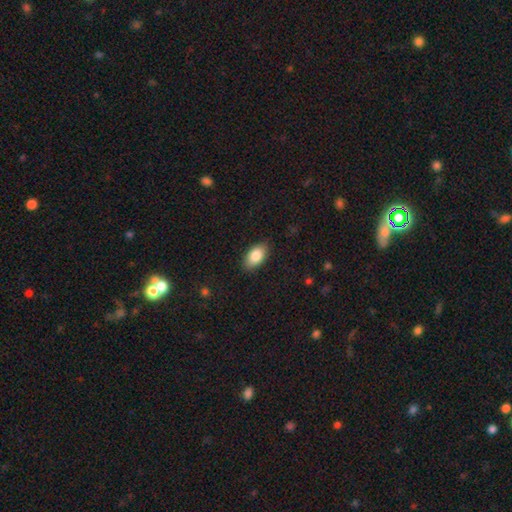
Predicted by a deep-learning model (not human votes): Smooth or featured: smooth — 84% (featured or disk — 9%)
How rounded: in between — 93% (round — 5%)
Merging: none — 86% (minor disturbance — 10%)